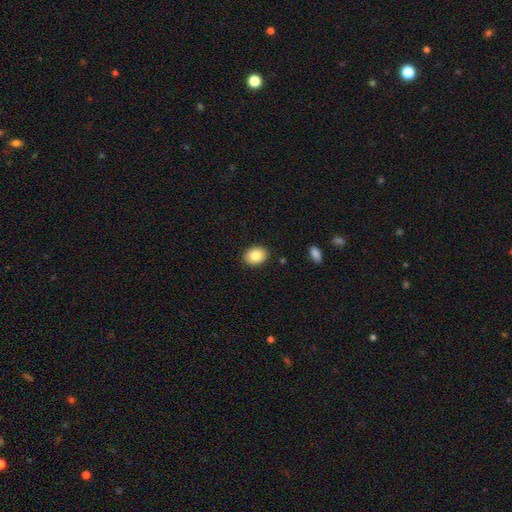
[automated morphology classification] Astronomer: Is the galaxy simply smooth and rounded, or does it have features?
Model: smooth — 85%.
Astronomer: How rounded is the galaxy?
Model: in between — 65%.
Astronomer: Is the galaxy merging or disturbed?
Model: none — 90%.